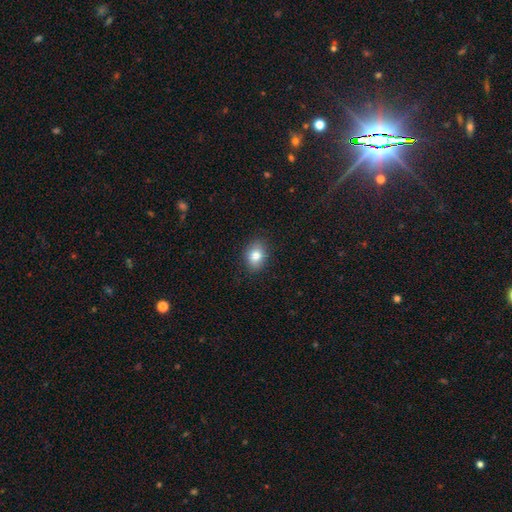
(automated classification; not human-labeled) smooth-or-featured: smooth: 81% | star or artifact: 9% | featured or disk: 9%
  how-rounded: in between: 64% | round: 35% | cigar-shaped: 1%
  merging: none: 86% | minor disturbance: 11% | major disturbance: 2% | merger: 1%